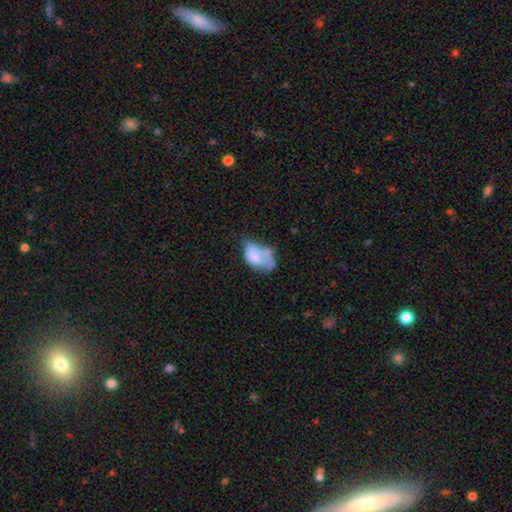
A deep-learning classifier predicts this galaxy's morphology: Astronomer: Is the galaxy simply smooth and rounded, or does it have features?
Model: smooth — 57% (runner-up: featured or disk, 34%).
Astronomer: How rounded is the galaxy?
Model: in between — 86%.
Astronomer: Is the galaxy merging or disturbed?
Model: major disturbance — 32% (runner-up: merger, 26%).